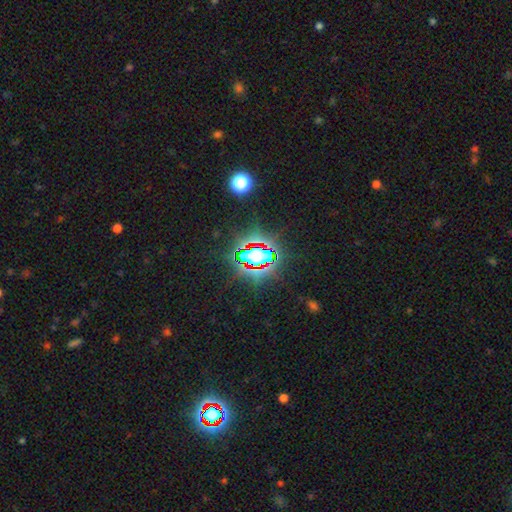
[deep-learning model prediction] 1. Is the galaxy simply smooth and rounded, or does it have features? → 75% star or artifact, 15% smooth, 11% featured or disk.